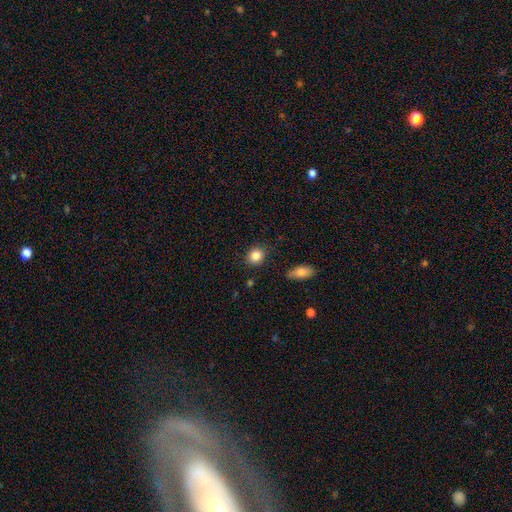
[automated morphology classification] This is clearly a smooth galaxy (85%). How rounded: likely round (72%). Merging: clearly none (86%).